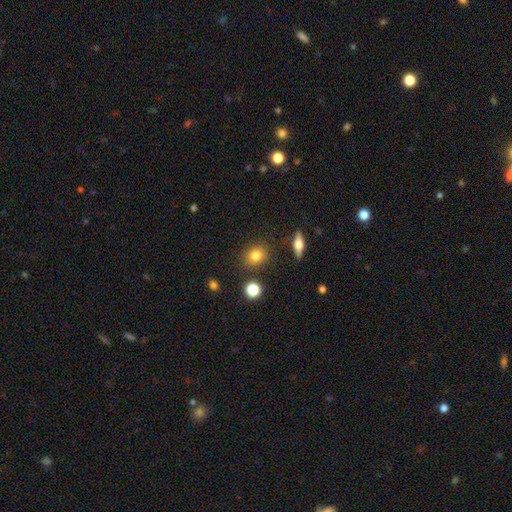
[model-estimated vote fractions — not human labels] A smooth galaxy with no disk features (80%) that is round (68%).

Vote fractions:
- Smooth or featured? smooth: 80% / star or artifact: 11% / featured or disk: 9%
- How rounded? round: 68% / in between: 30% / cigar-shaped: 2%
- Merging? none: 85% / minor disturbance: 9% / merger: 4% / major disturbance: 3%